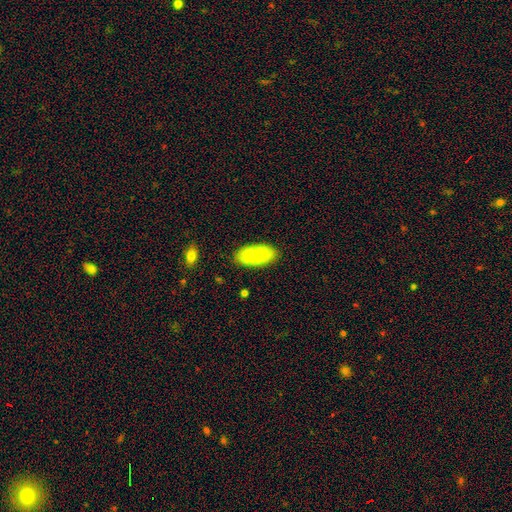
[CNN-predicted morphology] Smooth or featured?
  - smooth: 82% *
  - featured or disk: 11%
  - star or artifact: 7%
How rounded?
  - in between: 90% *
  - cigar-shaped: 8%
  - round: 2%
Merging?
  - none: 83% *
  - minor disturbance: 13%
  - major disturbance: 3%
  - merger: 2%